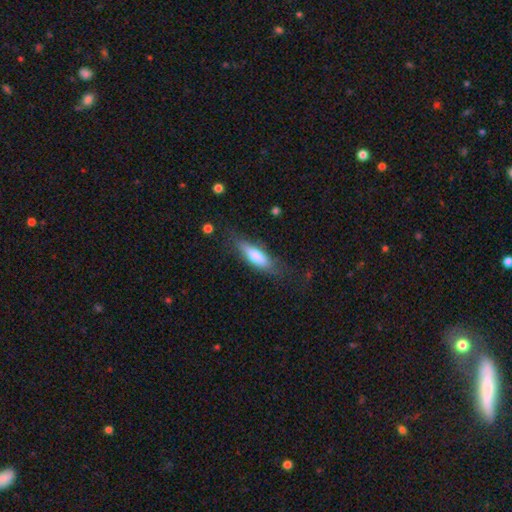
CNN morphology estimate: type=smooth (71%); roundness=cigar-shaped (50%); merging=none (73%).